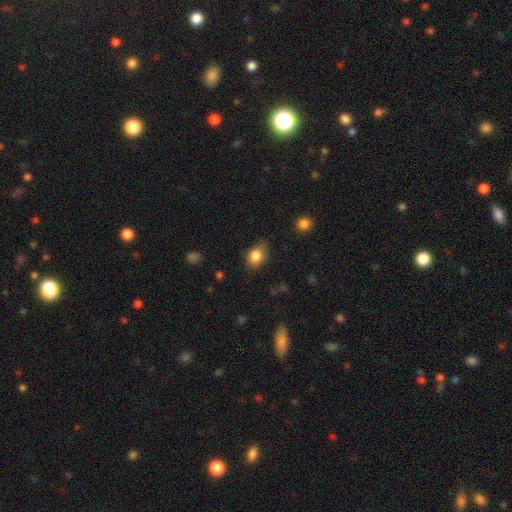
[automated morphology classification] Overall: smooth (84%). How rounded: in between (67%; round 31%). Merging: none (70%).